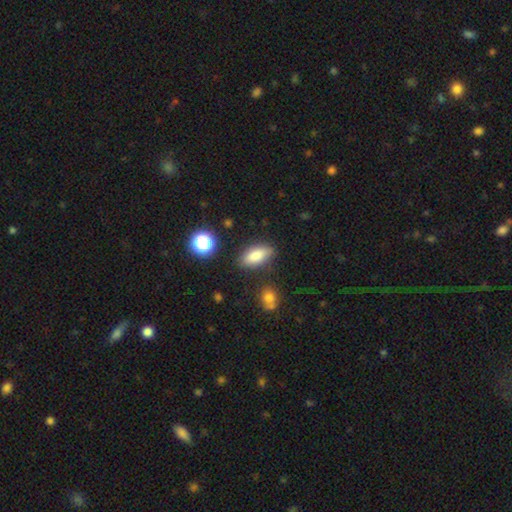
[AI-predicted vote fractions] Overall: smooth (80%). How rounded: in between (80%). Merging: none (80%).